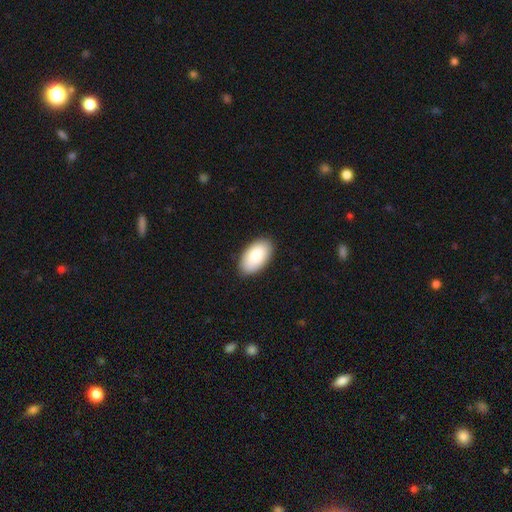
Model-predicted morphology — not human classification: This appears to be a smooth galaxy with no disk features (86%) that is in between round and cigar-shaped (96%). Merging: none (88%).